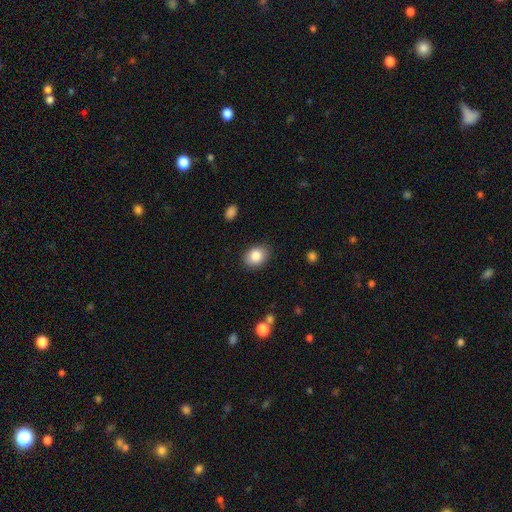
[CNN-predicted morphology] Smooth or featured? Predicted: smooth (p=0.85). How rounded? Predicted: in between (p=0.65). Merging? Predicted: none (p=0.86).